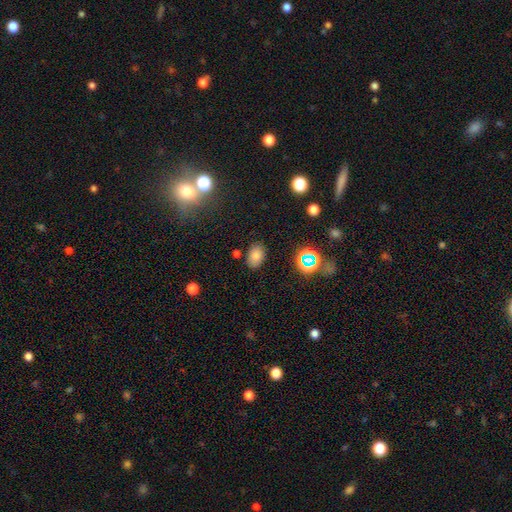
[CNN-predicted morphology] This appears to be a smooth galaxy with no disk features (75%) that is in between round and cigar-shaped (82%). Merging: none (83%).